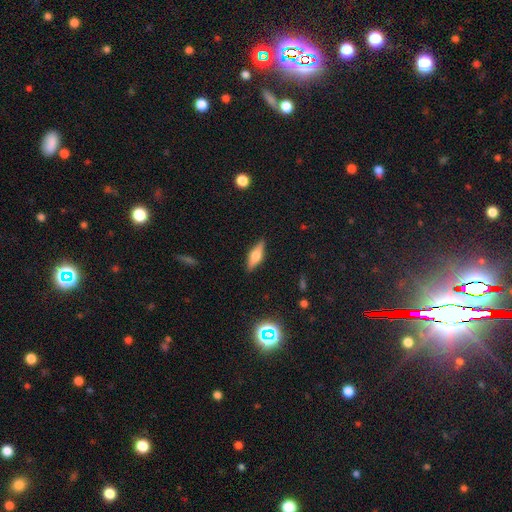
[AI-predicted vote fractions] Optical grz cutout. It shows a featured or disk galaxy (52%) viewed edge-on (94%). Merging: none (88%).